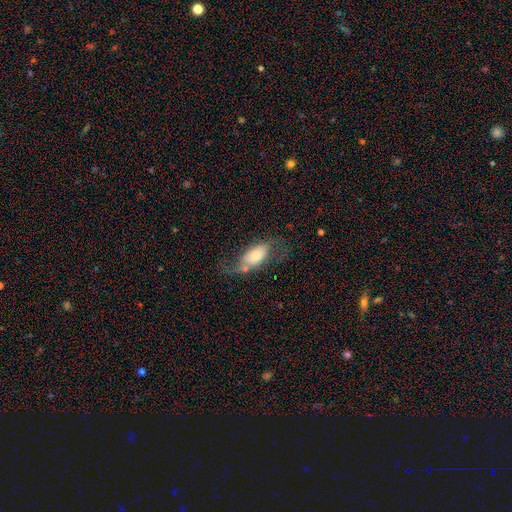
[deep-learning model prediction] The model was most divided on "smooth or featured": smooth: 48%, featured or disk: 44%, star or artifact: 8%. Remaining: merging — none (44%).